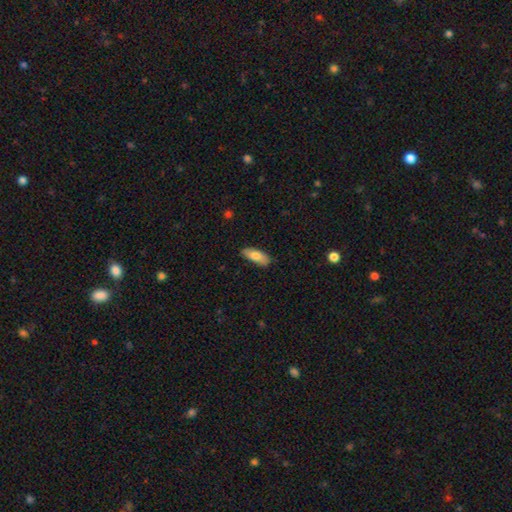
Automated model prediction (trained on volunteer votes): This appears to be a smooth galaxy with no disk features (80%) that is in between round and cigar-shaped (73%). Merging: none (78%).